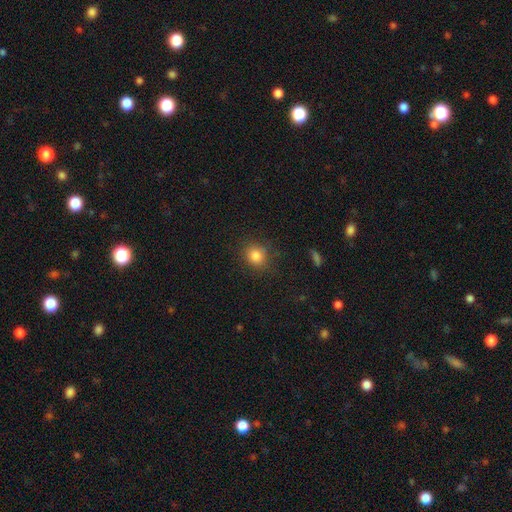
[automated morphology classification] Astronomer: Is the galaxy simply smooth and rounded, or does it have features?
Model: smooth — 84%.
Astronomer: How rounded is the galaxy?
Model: round — 81%.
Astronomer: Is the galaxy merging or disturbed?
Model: none — 83%.